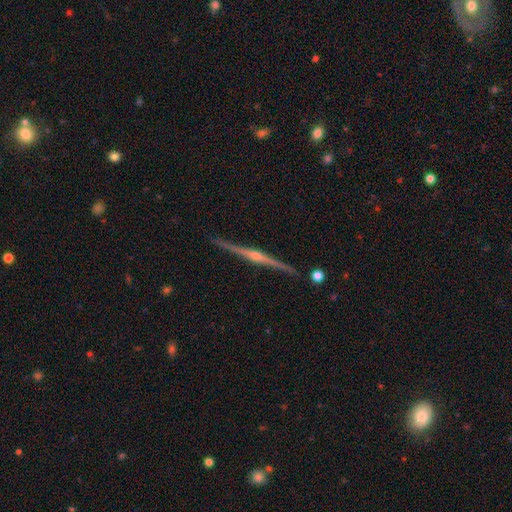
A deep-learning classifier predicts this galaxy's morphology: Smooth or featured? featured or disk (87%)
Edge-on disk? yes (99%)
Edge-on bulge? rounded (86%)
Merging? none (90%)